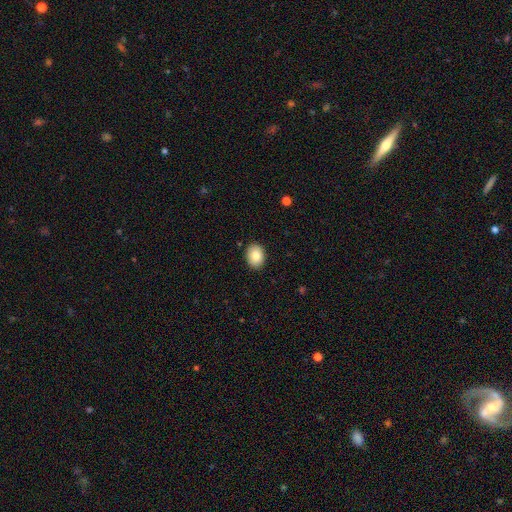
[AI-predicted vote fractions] Smooth or featured? smooth (85%)
How rounded? in between (65%)
Merging? none (90%)